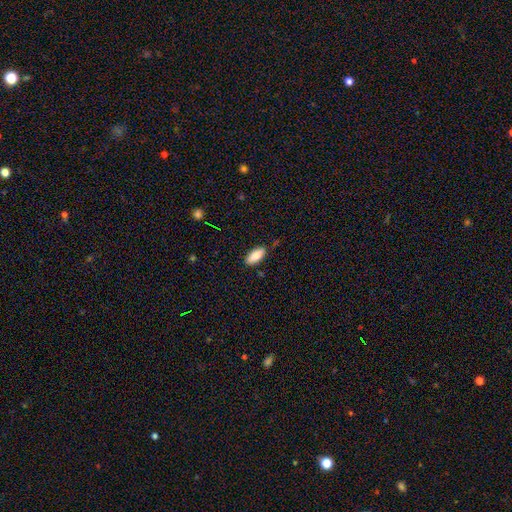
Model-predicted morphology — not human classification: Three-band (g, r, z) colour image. It shows a smooth galaxy with no disk features (86%) that is in between round and cigar-shaped (89%). Merging: none (79%).